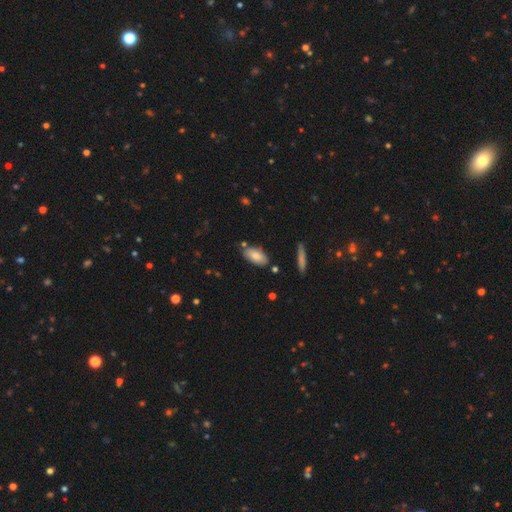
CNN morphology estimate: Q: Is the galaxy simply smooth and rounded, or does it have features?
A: smooth — 80%.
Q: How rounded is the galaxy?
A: in between — 90%.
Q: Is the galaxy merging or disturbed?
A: none — 75%.